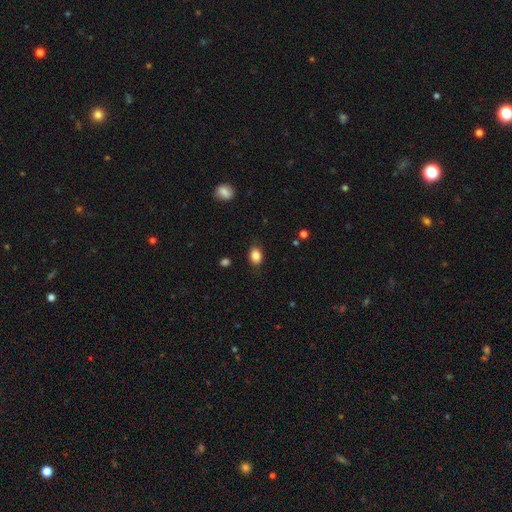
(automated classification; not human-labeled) A smooth galaxy with no disk features (86%) that is in between round and cigar-shaped (69%).

Vote fractions:
- Smooth or featured? smooth: 86% / star or artifact: 9% / featured or disk: 5%
- How rounded? in between: 69% / round: 30% / cigar-shaped: 1%
- Merging? none: 83% / minor disturbance: 12% / major disturbance: 3% / merger: 1%